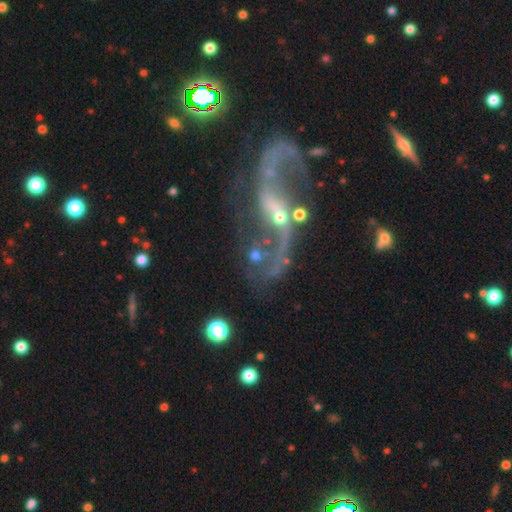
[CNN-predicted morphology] Smooth or featured? featured or disk (75%)
Edge-on disk? no (95%)
Bar? no (47%)
Spiral arms? yes (79%)
Spiral winding? loose (83%)
Spiral arm count? 2 (77%)
Bulge size? small (57%)
Merging? none (36%)